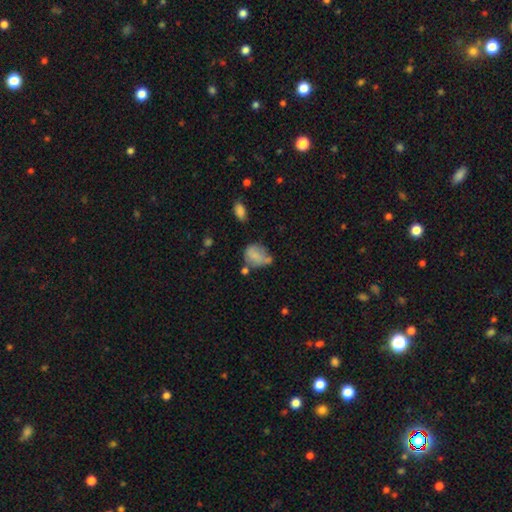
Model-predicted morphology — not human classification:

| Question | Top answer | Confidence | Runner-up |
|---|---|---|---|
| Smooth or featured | smooth | 72% | featured or disk (18%) |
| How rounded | in between | 51% | round (48%) |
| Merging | none | 35% | minor disturbance (29%) |